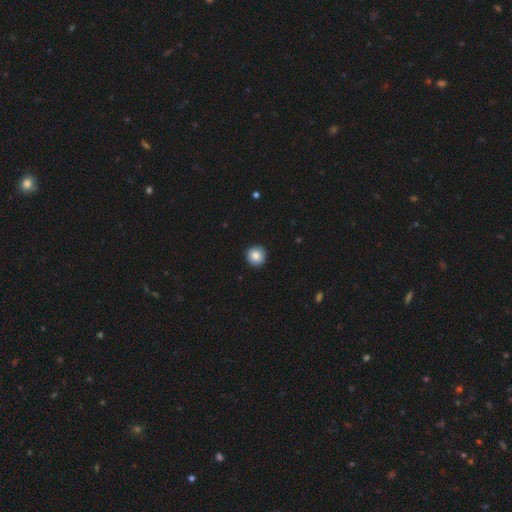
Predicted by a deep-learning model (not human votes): Morphology: type=smooth (85%); roundness=round (95%); merging=none (91%).